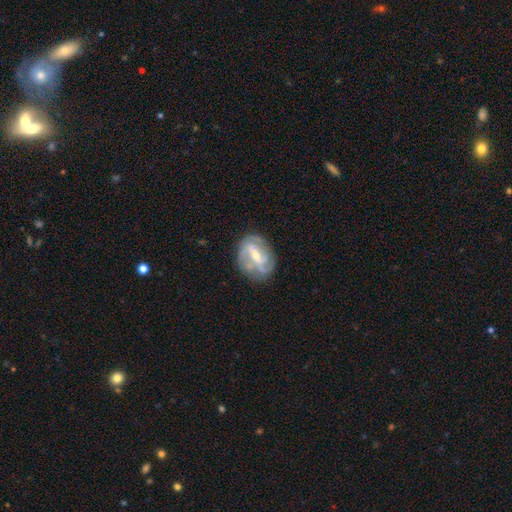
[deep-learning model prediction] Overall: featured or disk (80%). Edge-on disk: no (97%). Bar: weak (45%; strong 33%). Spiral arms: yes (88%). Spiral arm count: 2 (45%; 3 22%). Spiral winding: medium (43%; tight 30%). Bulge size: small (52%; moderate 43%). Merging: none (69%).